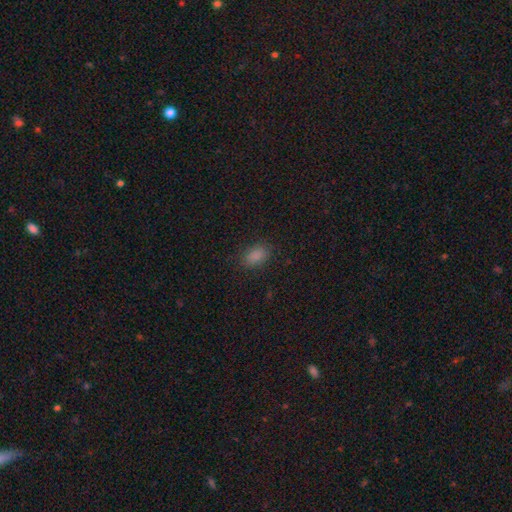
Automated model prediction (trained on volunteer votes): smooth_or_featured: smooth (p=0.85) [alt: star or artifact p=0.11]
how_rounded: in between (p=0.88) [alt: round p=0.10]
merging: none (p=0.84) [alt: minor disturbance p=0.12]